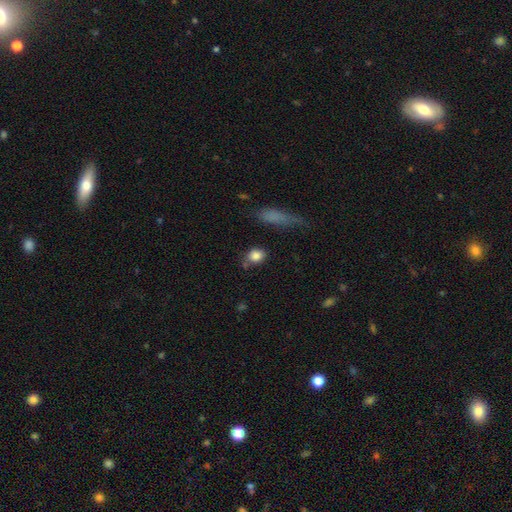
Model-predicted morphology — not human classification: Overall: smooth (84%). How rounded: in between (49%; round 48%). Merging: none (68%).